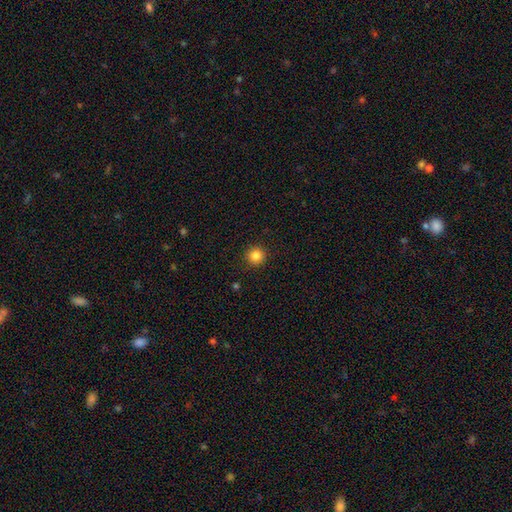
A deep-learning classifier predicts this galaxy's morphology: smooth_or_featured: smooth (p=0.84) [alt: star or artifact p=0.11]
how_rounded: round (p=0.95) [alt: in between p=0.04]
merging: none (p=0.92) [alt: minor disturbance p=0.05]